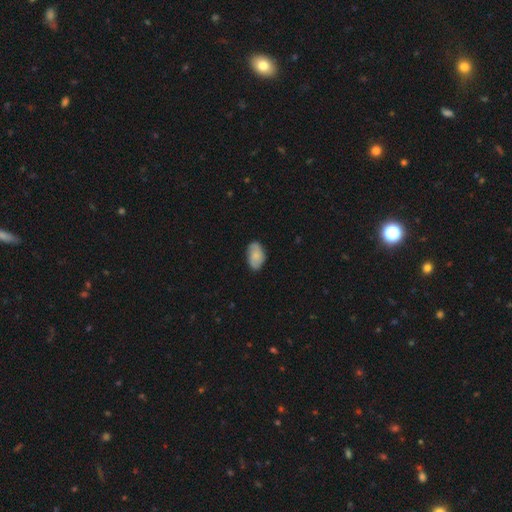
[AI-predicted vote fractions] Overall: smooth (72%). How rounded: in between (92%). Merging: none (78%).